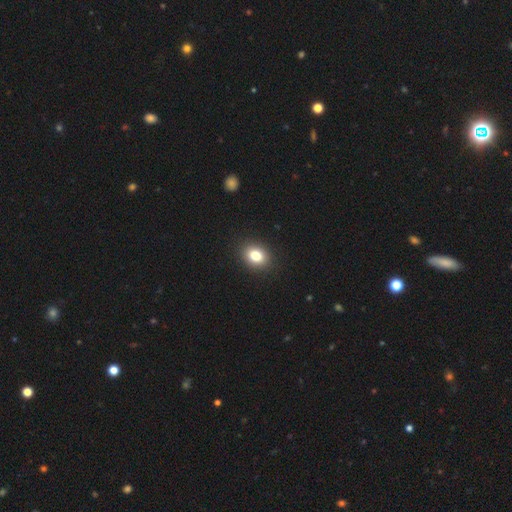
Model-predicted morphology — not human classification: smooth_or_featured: smooth (p=0.81) [alt: star or artifact p=0.10]
how_rounded: in between (p=0.58) [alt: round p=0.41]
merging: none (p=0.90) [alt: minor disturbance p=0.07]